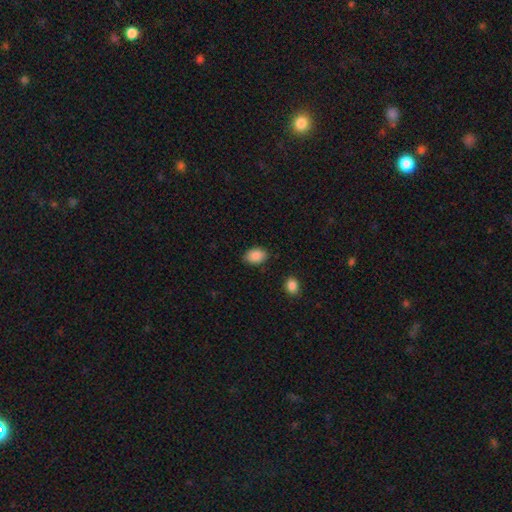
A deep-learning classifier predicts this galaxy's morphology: A smooth galaxy with no disk features (88%) that is in between round and cigar-shaped (82%). Merging: none (84%).